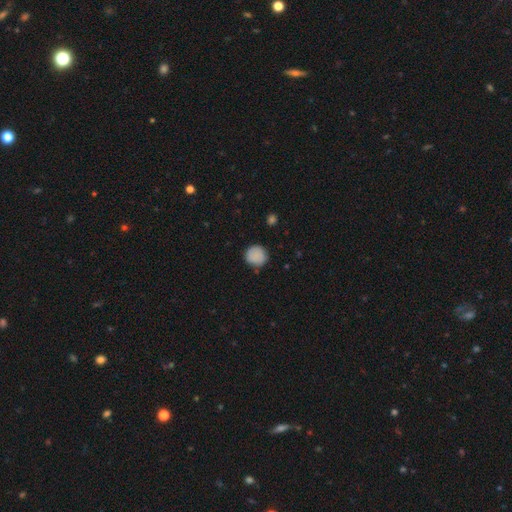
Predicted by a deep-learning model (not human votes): Smooth or featured?
  - smooth: 87% *
  - star or artifact: 8%
  - featured or disk: 5%
How rounded?
  - round: 90% *
  - in between: 9%
  - cigar-shaped: 1%
Merging?
  - none: 81% *
  - minor disturbance: 14%
  - major disturbance: 3%
  - merger: 2%